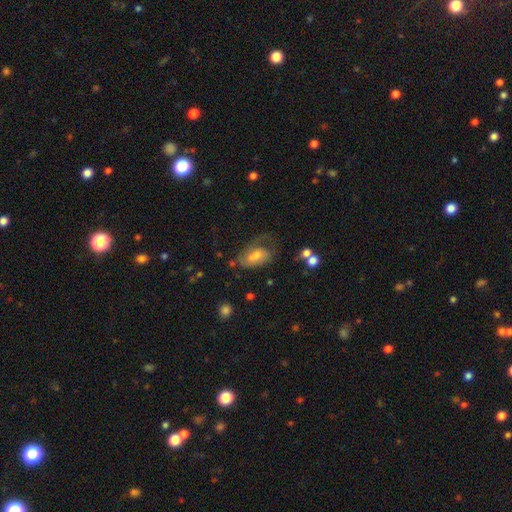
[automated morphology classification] Smooth or featured: featured or disk — 48% (smooth — 42%)
Merging: none — 38% (major disturbance — 33%)